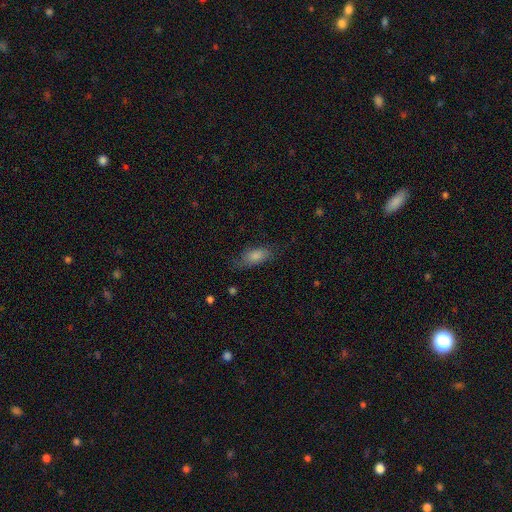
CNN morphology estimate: Smooth or featured: smooth — 79% (featured or disk — 13%)
How rounded: in between — 84% (cigar-shaped — 13%)
Merging: none — 64% (minor disturbance — 25%)